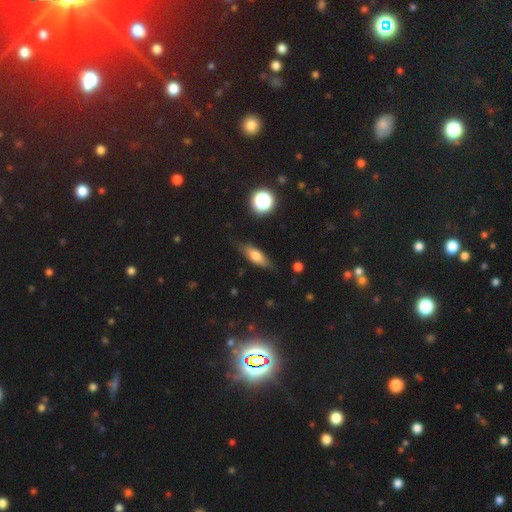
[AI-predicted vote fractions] Overall: smooth (65%; featured or disk 26%). How rounded: in between (59%; cigar-shaped 37%). Merging: none (79%).